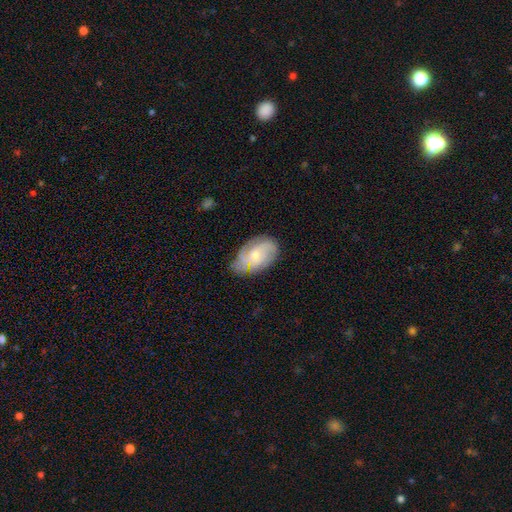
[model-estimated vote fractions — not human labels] Smooth or featured: featured or disk — 62% (smooth — 31%)
Edge-on disk: no — 96% (yes — 4%)
Bar: no — 70% (weak — 26%)
Spiral arms: yes — 89% (no — 11%)
Spiral winding: tight — 43% (medium — 40%)
Spiral arm count: can't tell — 36% (2 — 28%)
Bulge size: small — 56% (moderate — 34%)
Merging: none — 69% (minor disturbance — 23%)